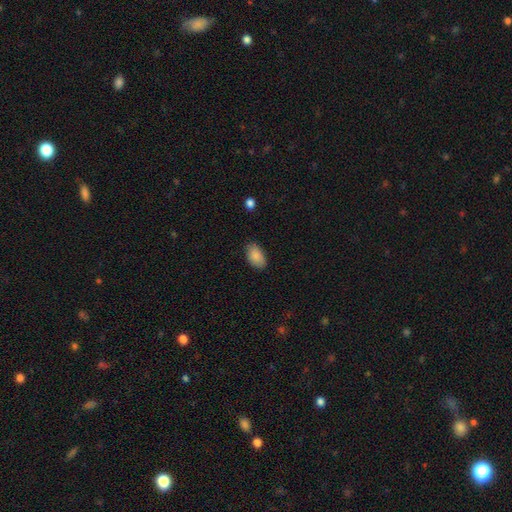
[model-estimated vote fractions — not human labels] Smooth or featured? Predicted: smooth (p=0.87). How rounded? Predicted: in between (p=0.92). Merging? Predicted: none (p=0.82).